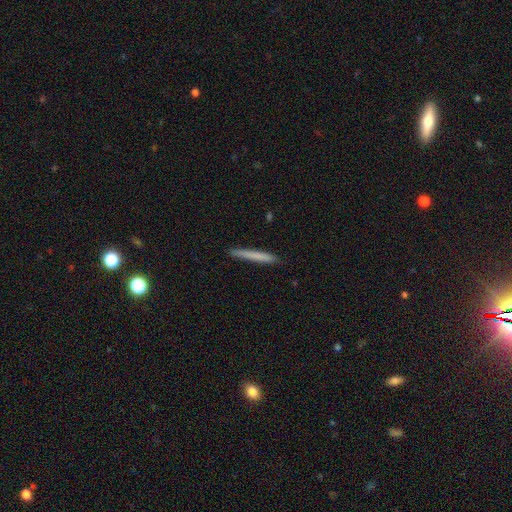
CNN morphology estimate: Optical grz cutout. It shows a smooth galaxy with no disk features (73%) that is cigar-shaped (97%). Merging: none (90%).